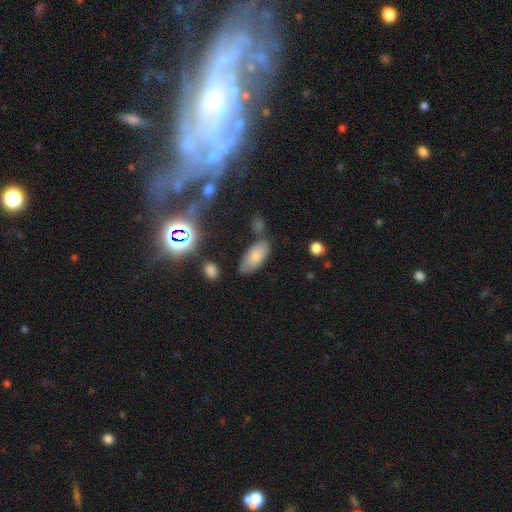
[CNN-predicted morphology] A smooth galaxy with no disk features (75%) that is in between round and cigar-shaped (91%). Merging: none (66%).